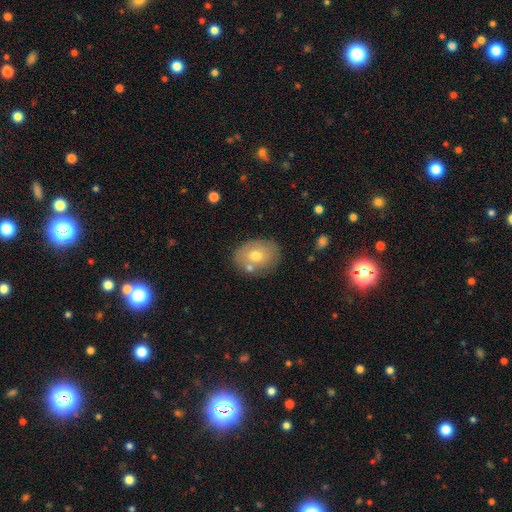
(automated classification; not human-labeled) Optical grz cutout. It shows a smooth galaxy with no disk features (65%) that is in between round and cigar-shaped (63%). Merging: none (71%).